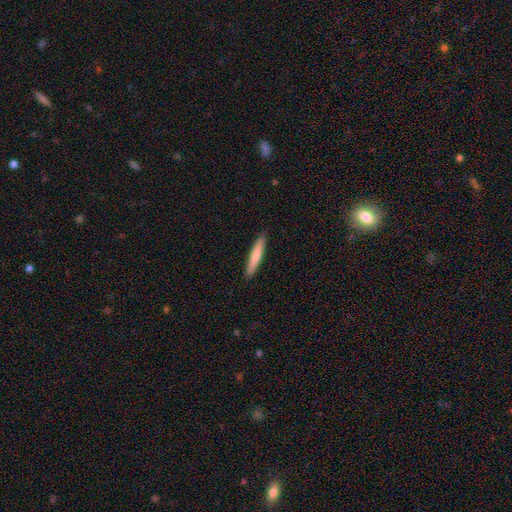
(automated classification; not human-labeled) A smooth galaxy with no disk features (71%) that is cigar-shaped (93%).

Vote fractions:
- Smooth or featured? smooth: 71% / featured or disk: 24% / star or artifact: 5%
- How rounded? cigar-shaped: 93% / in between: 6% / round: 1%
- Merging? none: 91% / minor disturbance: 6% / major disturbance: 1% / merger: 1%